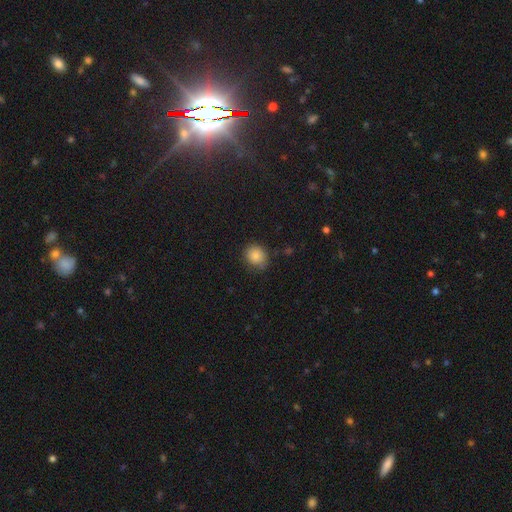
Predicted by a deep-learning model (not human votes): A smooth galaxy with no disk features (83%) that is round (73%).

Vote fractions:
- Smooth or featured? smooth: 83% / star or artifact: 10% / featured or disk: 7%
- How rounded? round: 73% / in between: 26% / cigar-shaped: 1%
- Merging? none: 76% / minor disturbance: 19% / major disturbance: 4% / merger: 1%